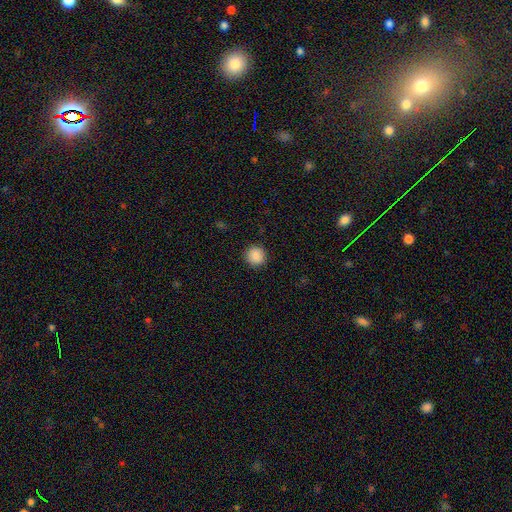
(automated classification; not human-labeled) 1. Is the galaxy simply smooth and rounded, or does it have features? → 89% smooth, 9% star or artifact, 3% featured or disk.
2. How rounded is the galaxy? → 94% round, 5% in between, 1% cigar-shaped.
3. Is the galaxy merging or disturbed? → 92% none, 5% minor disturbance, 2% major disturbance, 1% merger.